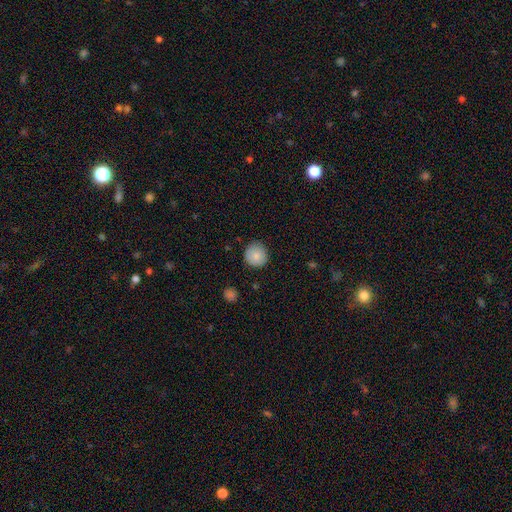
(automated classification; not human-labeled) Smooth or featured?
  - smooth: 86% *
  - star or artifact: 8%
  - featured or disk: 6%
How rounded?
  - round: 93% *
  - in between: 6%
  - cigar-shaped: 1%
Merging?
  - none: 86% *
  - minor disturbance: 11%
  - major disturbance: 2%
  - merger: 1%